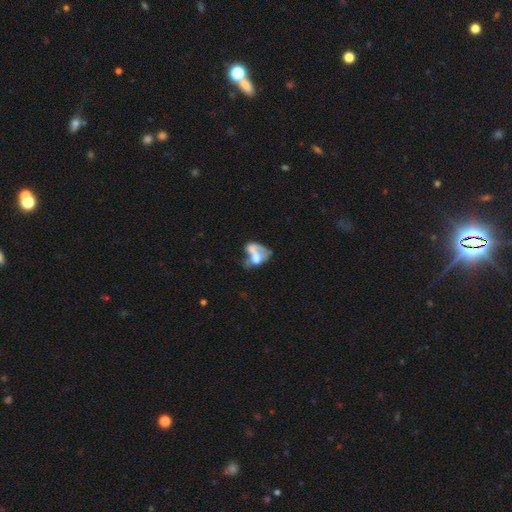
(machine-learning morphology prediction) A featured or disk galaxy (45%). Merging: merger (44%).